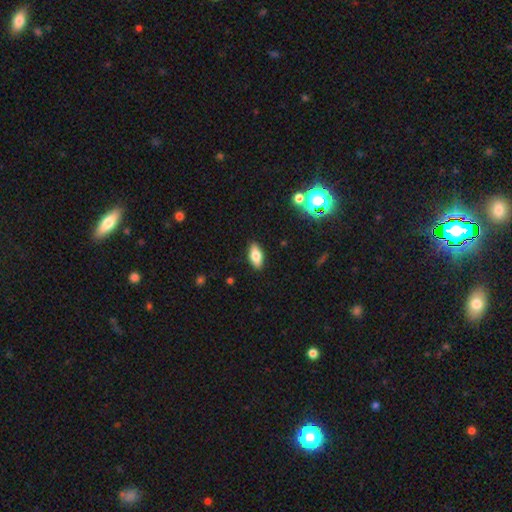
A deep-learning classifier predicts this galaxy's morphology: This is likely a smooth galaxy (74%). How rounded: clearly in between (85%). Merging: clearly none (88%).